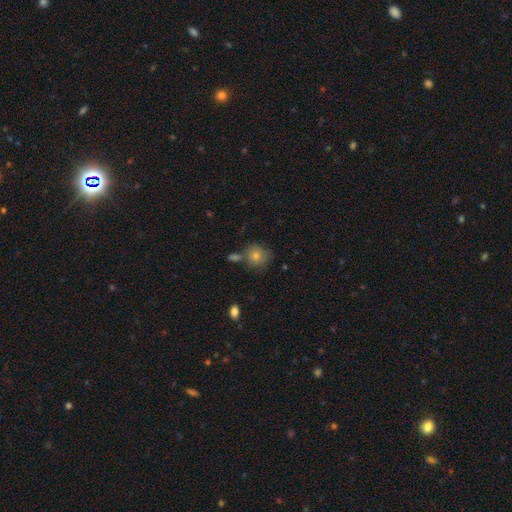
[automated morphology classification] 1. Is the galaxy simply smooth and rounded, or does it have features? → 74% smooth, 13% star or artifact, 13% featured or disk.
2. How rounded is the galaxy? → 86% round, 13% in between, 1% cigar-shaped.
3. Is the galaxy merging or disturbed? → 69% none, 14% minor disturbance, 13% merger, 4% major disturbance.